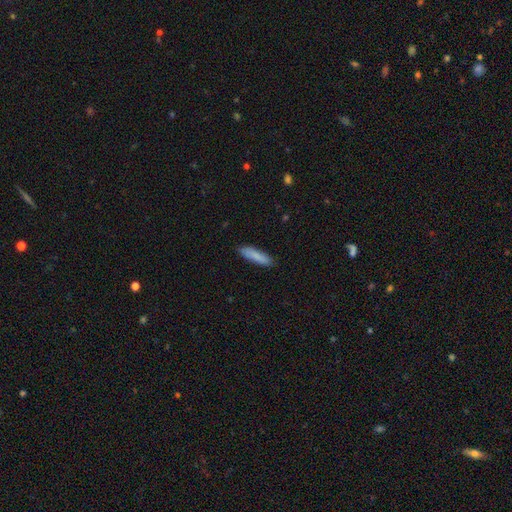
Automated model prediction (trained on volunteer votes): This is clearly a smooth galaxy (86%). How rounded: likely cigar-shaped (74%). Merging: clearly none (87%).